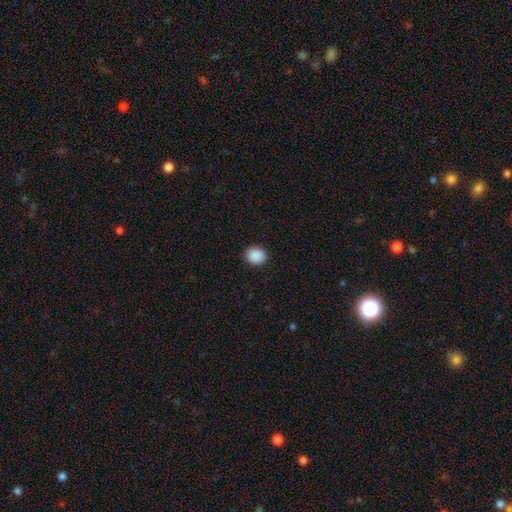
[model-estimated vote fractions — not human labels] The model was most divided on "how rounded": round: 72%, in between: 27%, cigar-shaped: 1%. More confident: merging — none (92%); smooth or featured — smooth (90%).